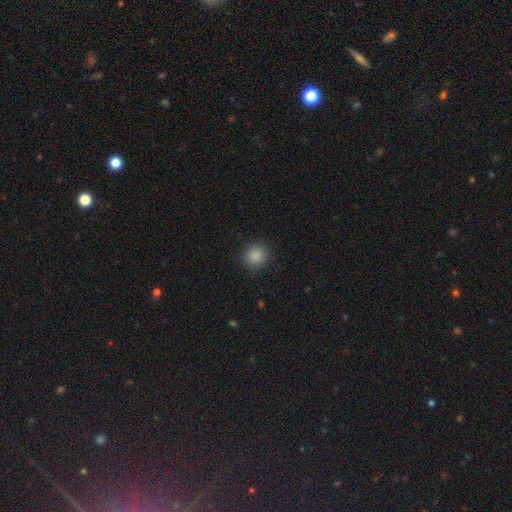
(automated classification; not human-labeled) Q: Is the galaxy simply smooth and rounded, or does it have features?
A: smooth — 87%.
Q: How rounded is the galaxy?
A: round — 91%.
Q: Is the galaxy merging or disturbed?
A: none — 90%.